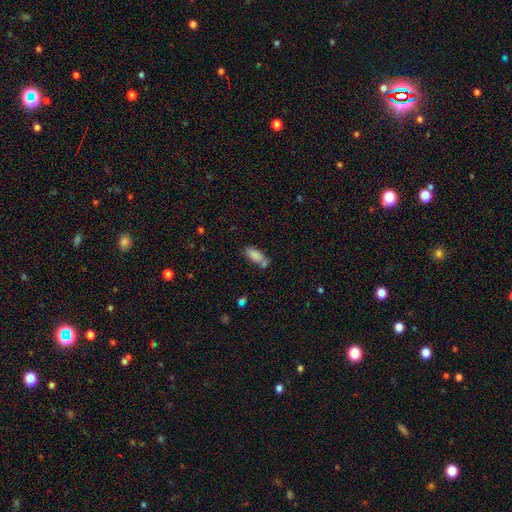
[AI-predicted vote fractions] smooth-or-featured: smooth: 84% | star or artifact: 9% | featured or disk: 8%
  how-rounded: in between: 85% | cigar-shaped: 12% | round: 2%
  merging: none: 50% | merger: 27% | minor disturbance: 17% | major disturbance: 6%